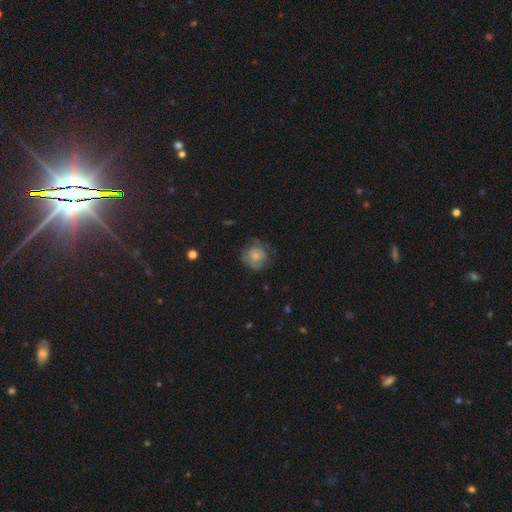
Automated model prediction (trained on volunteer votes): smooth-or-featured: smooth: 57% | featured or disk: 34% | star or artifact: 8%
  how-rounded: round: 85% | in between: 14% | cigar-shaped: 1%
  merging: none: 60% | minor disturbance: 25% | major disturbance: 14% | merger: 1%